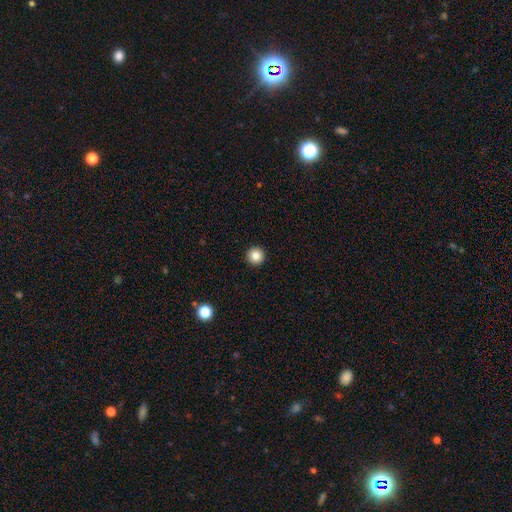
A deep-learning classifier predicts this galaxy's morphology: A smooth galaxy with no disk features (85%) that is round (96%).

Vote fractions:
- Smooth or featured? smooth: 85% / star or artifact: 10% / featured or disk: 4%
- How rounded? round: 96% / in between: 3% / cigar-shaped: 1%
- Merging? none: 94% / minor disturbance: 4% / major disturbance: 1% / merger: 1%